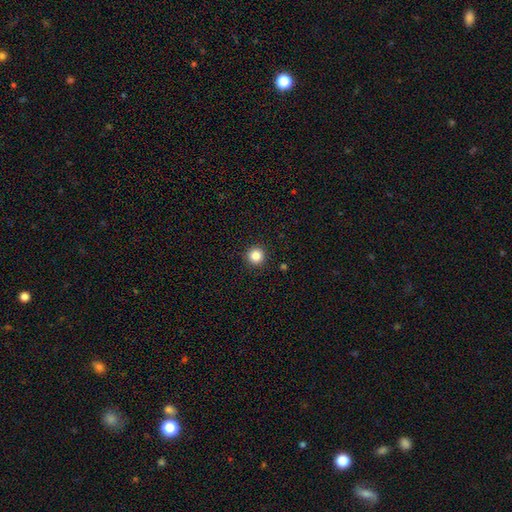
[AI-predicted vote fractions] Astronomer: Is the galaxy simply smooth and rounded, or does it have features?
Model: smooth — 85%.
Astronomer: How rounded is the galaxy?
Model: round — 96%.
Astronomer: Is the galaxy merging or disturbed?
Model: none — 93%.